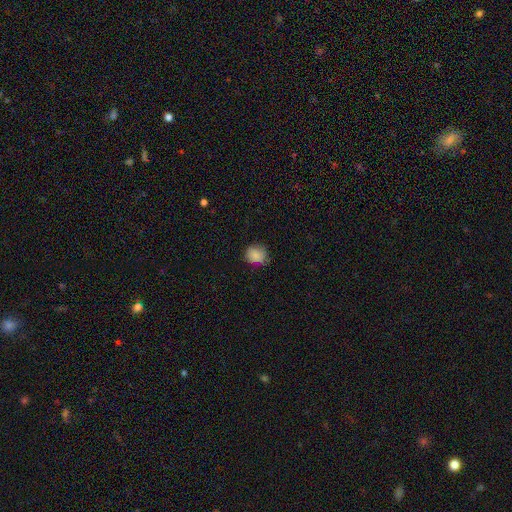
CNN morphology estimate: A smooth galaxy with no disk features (84%) that is round (76%). Merging: none (69%).